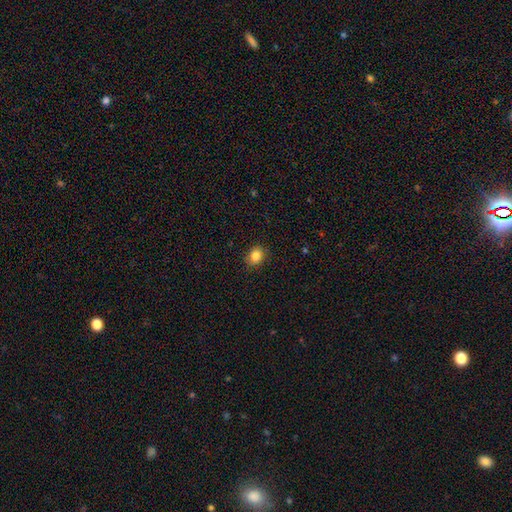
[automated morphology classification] A smooth galaxy with no disk features (85%) that is round (60%). Merging: none (88%).